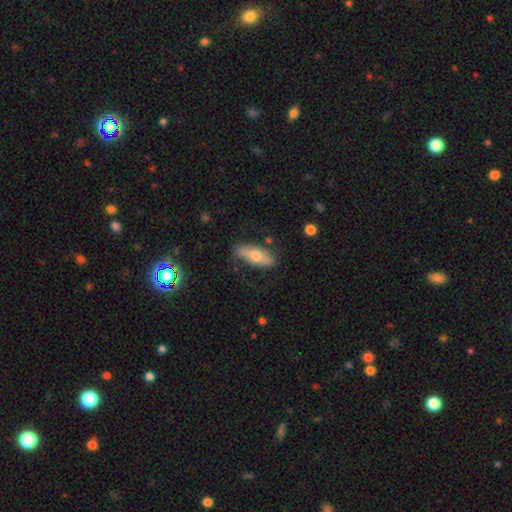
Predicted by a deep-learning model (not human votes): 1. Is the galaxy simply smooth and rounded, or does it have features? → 57% smooth, 37% featured or disk, 6% star or artifact.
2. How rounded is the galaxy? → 67% in between, 30% cigar-shaped, 3% round.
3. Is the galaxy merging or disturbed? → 75% none, 19% minor disturbance, 4% major disturbance, 2% merger.